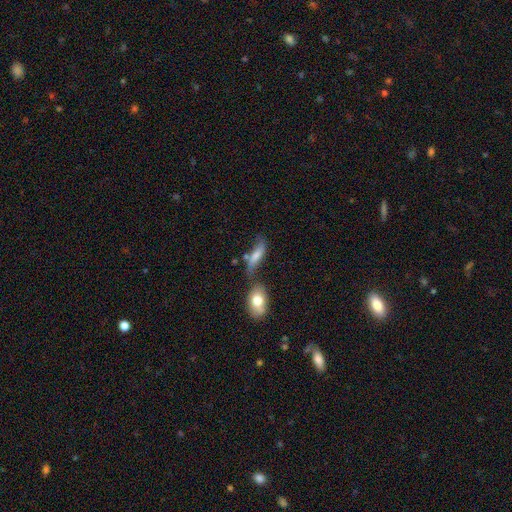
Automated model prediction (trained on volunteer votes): smooth-or-featured: smooth: 67% | featured or disk: 25% | star or artifact: 8%
  how-rounded: in between: 53% | cigar-shaped: 43% | round: 4%
  merging: none: 42% | merger: 29% | minor disturbance: 19% | major disturbance: 9%